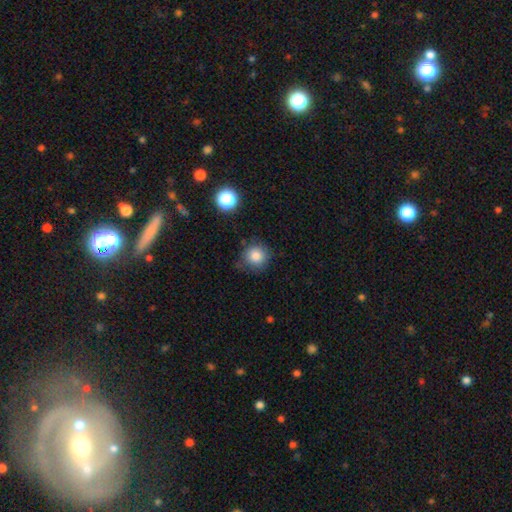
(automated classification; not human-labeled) Smooth or featured?
  - smooth: 83% *
  - star or artifact: 11%
  - featured or disk: 6%
How rounded?
  - round: 92% *
  - in between: 7%
  - cigar-shaped: 1%
Merging?
  - none: 78% *
  - minor disturbance: 16%
  - major disturbance: 4%
  - merger: 3%